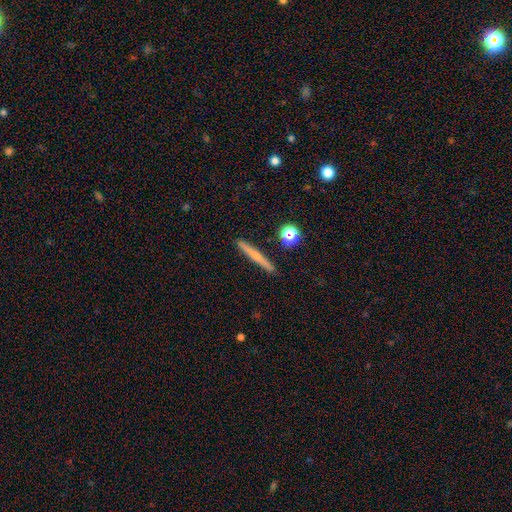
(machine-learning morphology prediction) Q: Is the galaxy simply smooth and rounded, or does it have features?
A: smooth — 51%.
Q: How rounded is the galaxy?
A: cigar-shaped — 94%.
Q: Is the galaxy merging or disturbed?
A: none — 91%.